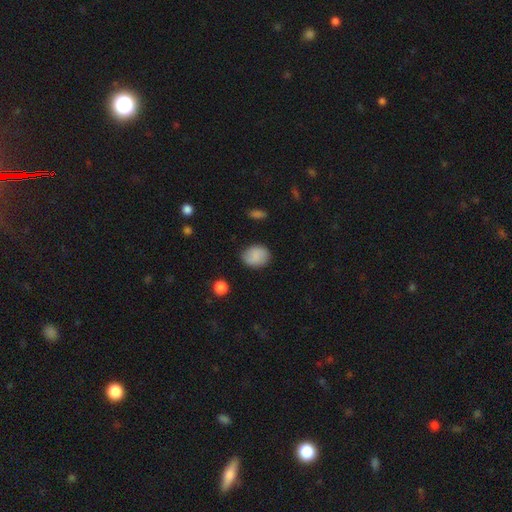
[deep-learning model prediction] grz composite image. It shows a smooth galaxy with no disk features (85%) that is in between round and cigar-shaped (55%). Merging: none (83%).